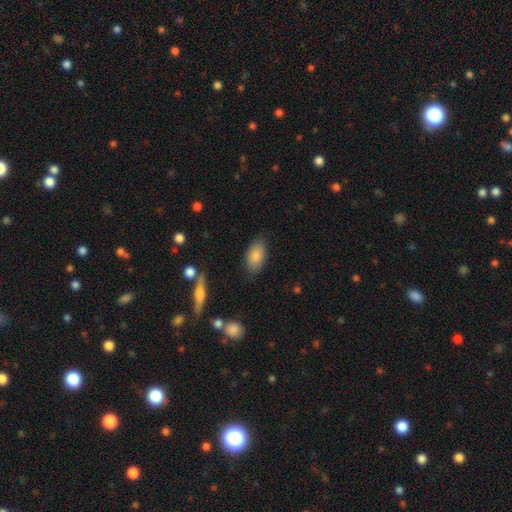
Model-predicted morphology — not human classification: A smooth galaxy with no disk features (85%) that is in between round and cigar-shaped (93%). Merging: none (83%).